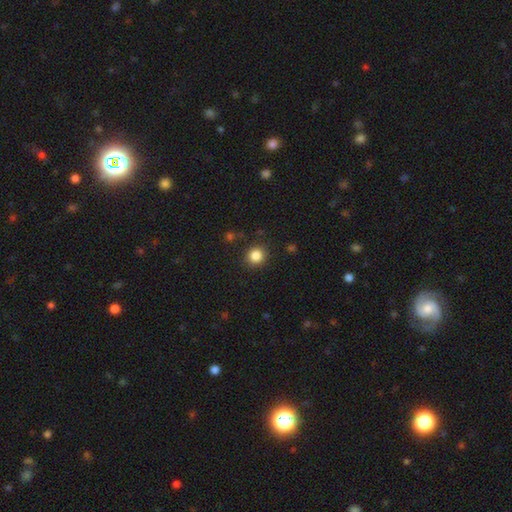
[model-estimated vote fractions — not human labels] Smooth or featured? smooth (85%)
How rounded? round (88%)
Merging? none (88%)